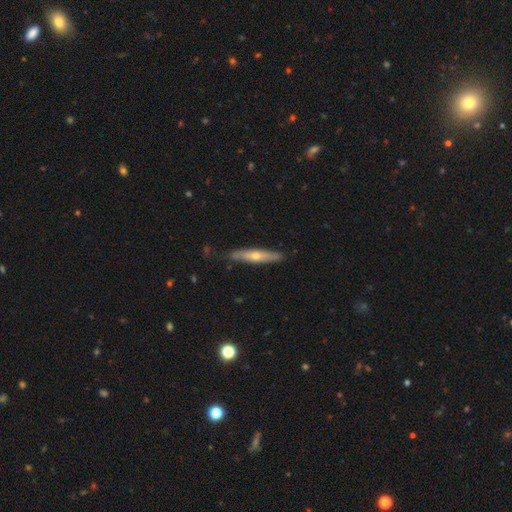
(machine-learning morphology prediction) Smooth or featured?
  - featured or disk: 52% *
  - smooth: 42%
  - star or artifact: 6%
Edge-on disk?
  - yes: 80% *
  - no: 20%
Merging?
  - none: 82% *
  - minor disturbance: 15%
  - major disturbance: 2%
  - merger: 2%